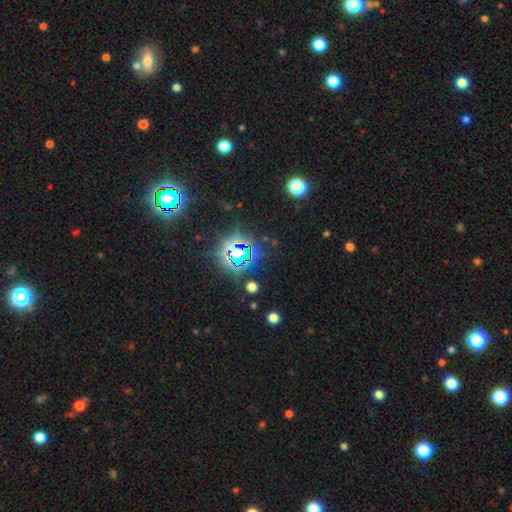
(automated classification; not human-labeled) Smooth or featured?
  - star or artifact: 79% *
  - smooth: 15%
  - featured or disk: 7%